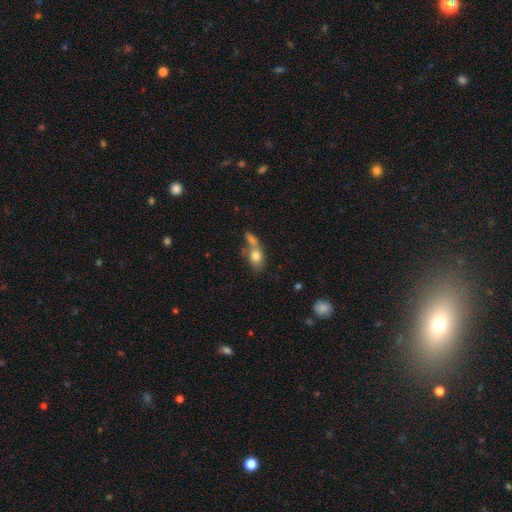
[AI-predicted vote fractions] smooth_or_featured: smooth (p=0.76) [alt: featured or disk p=0.16]
how_rounded: in between (p=0.71) [alt: round p=0.23]
merging: merger (p=0.49) [alt: none p=0.33]